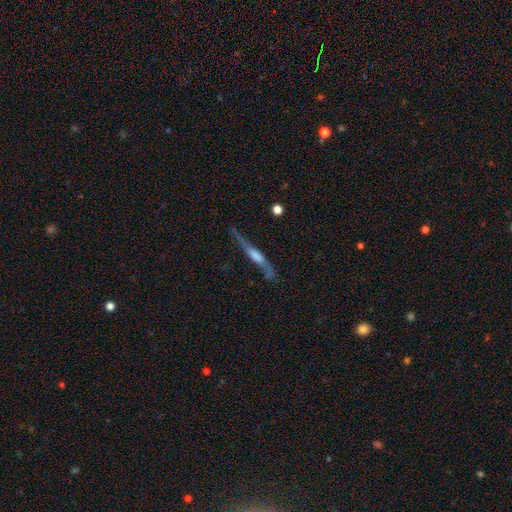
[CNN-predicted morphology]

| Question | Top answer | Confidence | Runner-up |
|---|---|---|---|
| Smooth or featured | featured or disk | 68% | smooth (24%) |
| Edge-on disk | yes | 85% | no (15%) |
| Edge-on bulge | rounded | 48% | boxy (33%) |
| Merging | none | 60% | minor disturbance (24%) |